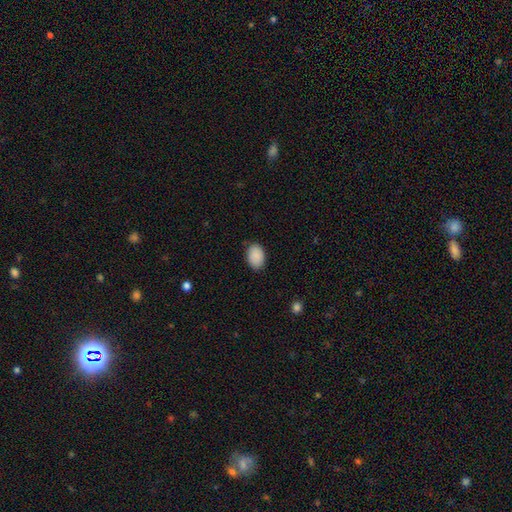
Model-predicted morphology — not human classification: This appears to be a smooth galaxy with no disk features (90%) that is in between round and cigar-shaped (85%). Merging: none (82%).